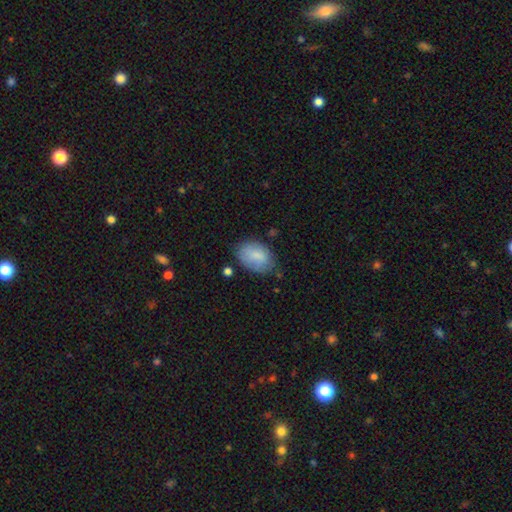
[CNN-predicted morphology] A smooth galaxy with no disk features (83%) that is in between round and cigar-shaped (85%). Merging: none (66%).